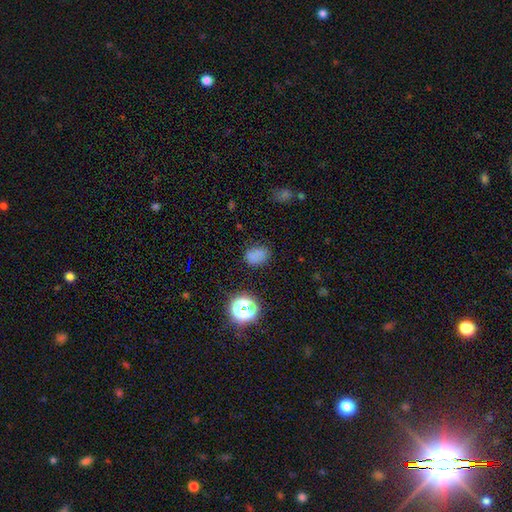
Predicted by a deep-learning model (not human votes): The model was most divided on "how rounded": in between: 65%, round: 33%, cigar-shaped: 1%. More confident: merging — none (75%); smooth or featured — smooth (73%).